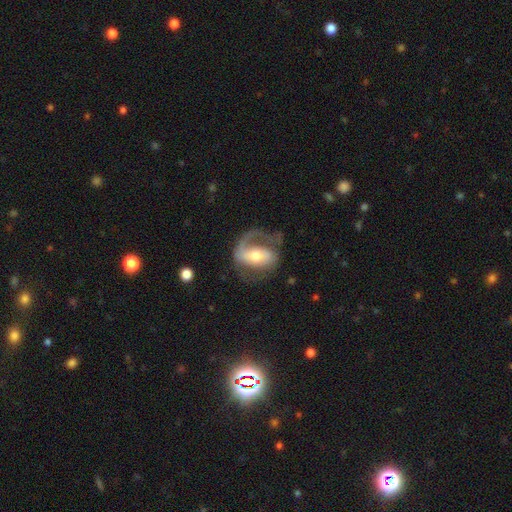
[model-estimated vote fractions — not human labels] This is likely a featured or disk galaxy (79%). It is clearly not viewed edge-on (96%). Bar: marginally strong (38%). Spiral arm pattern: clearly yes (88%). Spiral arm count: possibly 2 (52%). Spiral winding: possibly medium (45%). Central bulge: likely moderate (61%). Merging: possibly none (51%).